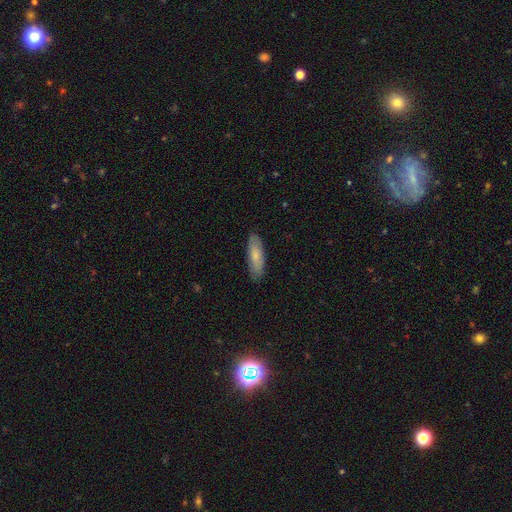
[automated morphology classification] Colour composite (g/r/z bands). It shows a smooth galaxy with no disk features (76%) that is in between round and cigar-shaped (52%). Merging: none (85%).